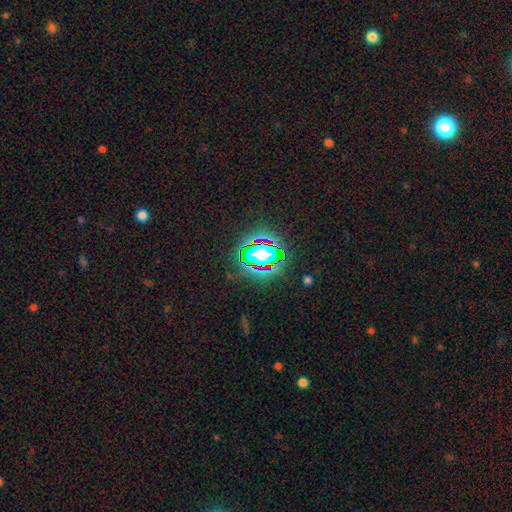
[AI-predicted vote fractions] Smooth or featured? star or artifact (67%)